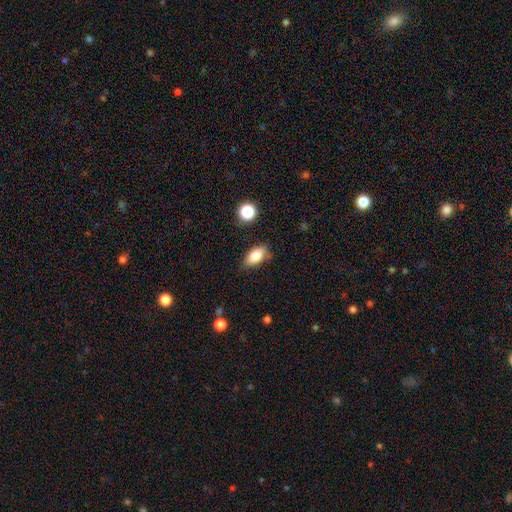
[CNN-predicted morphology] smooth 80%, featured or disk 11%, star or artifact 8%. Down the decision tree: how rounded — in between (87%); merging — none (78%).